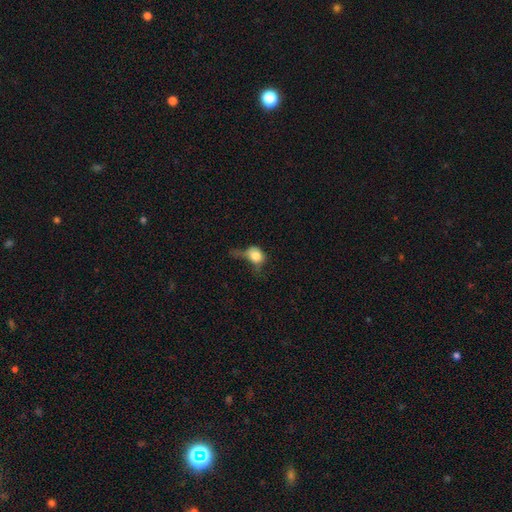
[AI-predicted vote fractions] Smooth or featured: smooth — 74% (featured or disk — 16%)
How rounded: round — 58% (in between — 40%)
Merging: major disturbance — 47% (minor disturbance — 26%)